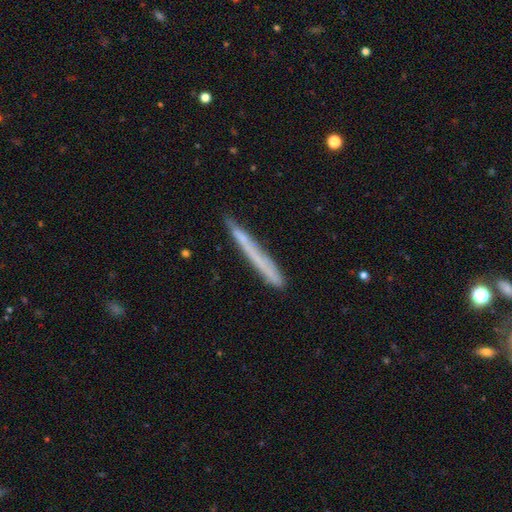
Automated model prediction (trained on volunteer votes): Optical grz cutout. It shows a smooth galaxy with no disk features (57%) that is cigar-shaped (97%). Merging: none (82%).